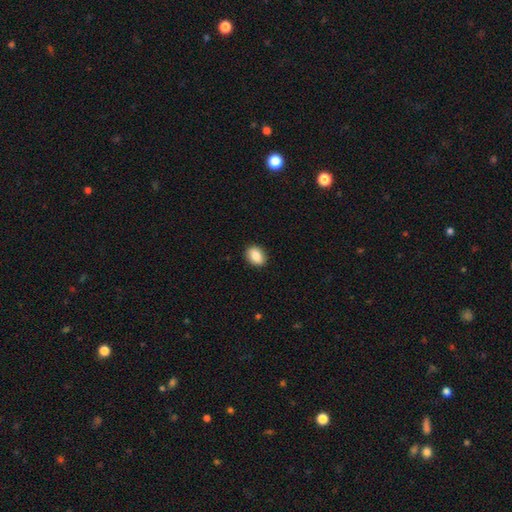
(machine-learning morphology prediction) Q: Smooth or featured?
A: smooth (86%); runner-up: star or artifact (7%)
Q: How rounded?
A: in between (74%); runner-up: round (25%)
Q: Merging?
A: none (90%); runner-up: minor disturbance (8%)